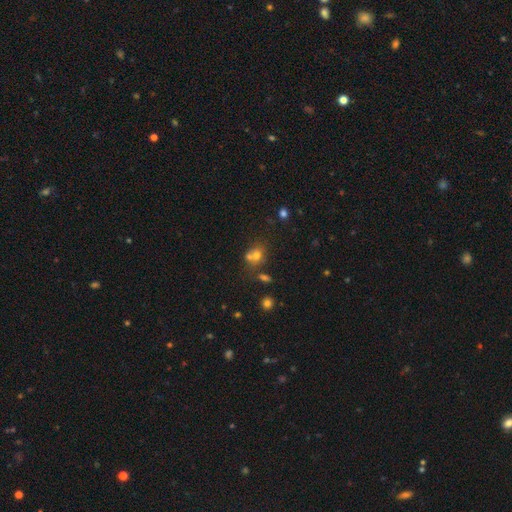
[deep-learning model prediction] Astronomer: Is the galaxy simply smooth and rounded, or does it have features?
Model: smooth — 66%.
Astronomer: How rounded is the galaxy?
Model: round — 64%.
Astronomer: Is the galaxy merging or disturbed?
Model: none — 43% (runner-up: merger, 41%).